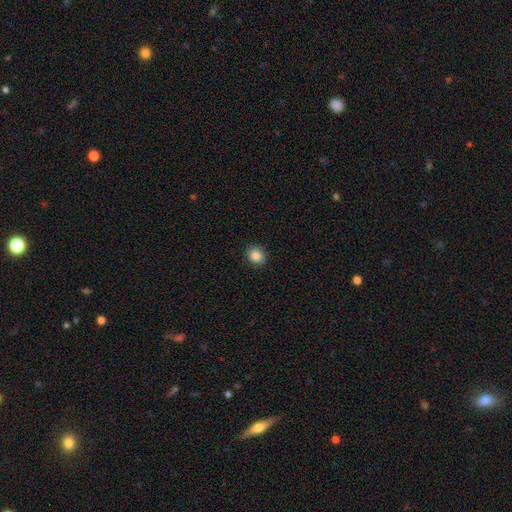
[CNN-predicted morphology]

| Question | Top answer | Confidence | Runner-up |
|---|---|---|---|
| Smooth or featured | smooth | 86% | star or artifact (10%) |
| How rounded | round | 75% | in between (24%) |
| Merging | none | 89% | minor disturbance (8%) |